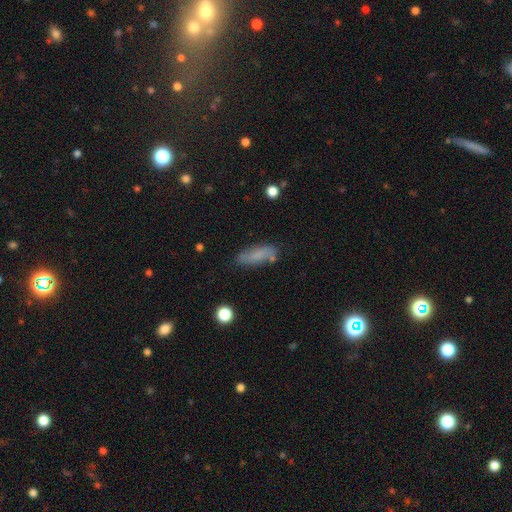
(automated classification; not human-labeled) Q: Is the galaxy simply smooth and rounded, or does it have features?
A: smooth — 69%.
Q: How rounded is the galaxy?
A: in between — 57%.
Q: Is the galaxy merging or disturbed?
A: none — 72%.